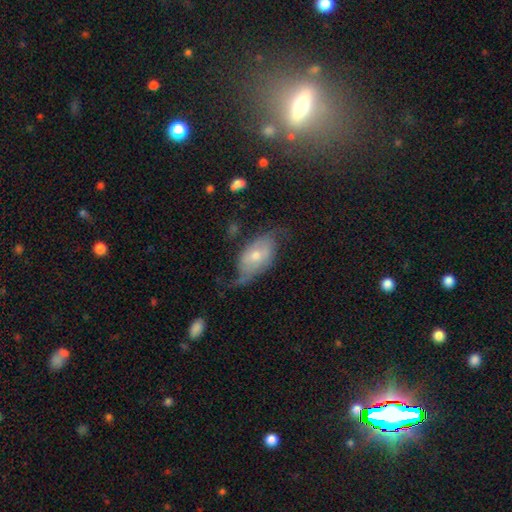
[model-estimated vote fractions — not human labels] featured or disk 59%, smooth 32%, star or artifact 8%. Down the decision tree: edge-on disk — no (90%); bar — no (58%); spiral arms — yes (77%); bulge size — moderate (54%); merging — none (46%).